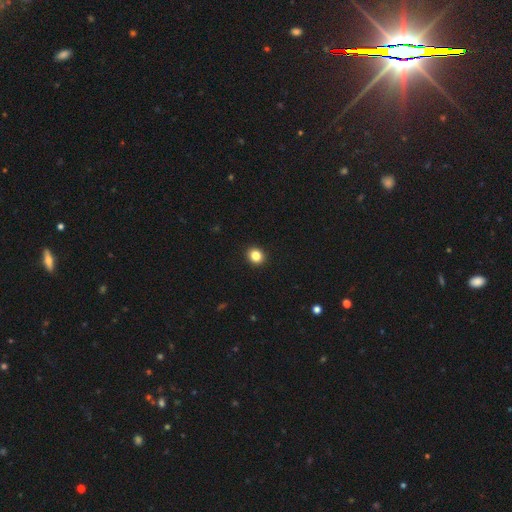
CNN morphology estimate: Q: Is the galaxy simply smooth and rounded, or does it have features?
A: smooth — 84%.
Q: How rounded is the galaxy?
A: round — 77%.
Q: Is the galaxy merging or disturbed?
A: none — 93%.